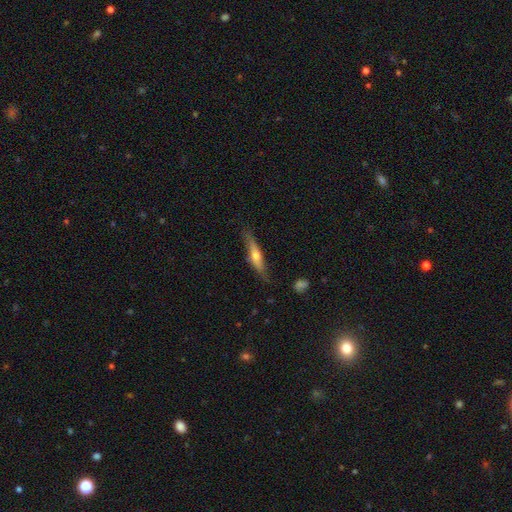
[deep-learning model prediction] smooth_or_featured: featured or disk (p=0.51) [alt: smooth p=0.43]
disk_edge_on: yes (p=0.90) [alt: no p=0.10]
merging: none (p=0.79) [alt: minor disturbance p=0.16]